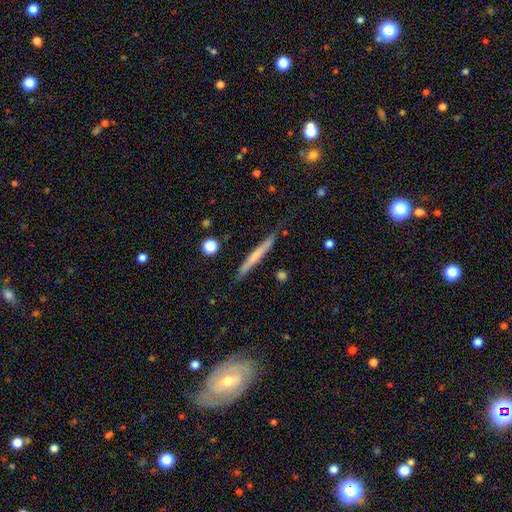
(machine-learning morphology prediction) A smooth galaxy with no disk features (53%) that is cigar-shaped (96%).

Vote fractions:
- Smooth or featured? smooth: 53% / featured or disk: 40% / star or artifact: 6%
- How rounded? cigar-shaped: 96% / in between: 3% / round: 2%
- Merging? none: 80% / minor disturbance: 15% / major disturbance: 3% / merger: 2%